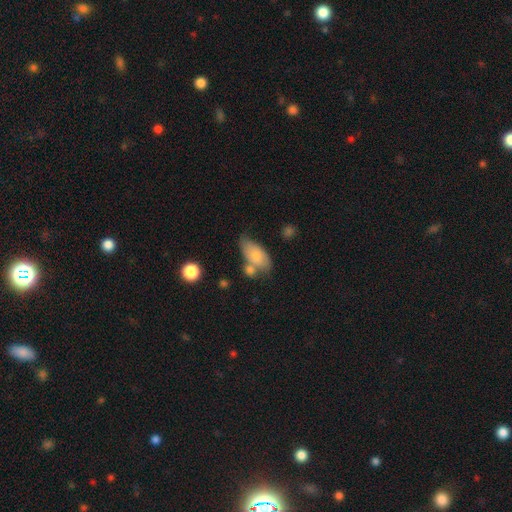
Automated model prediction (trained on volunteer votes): This is likely a smooth galaxy (73%). How rounded: clearly in between (90%). Merging: marginally none (41%).